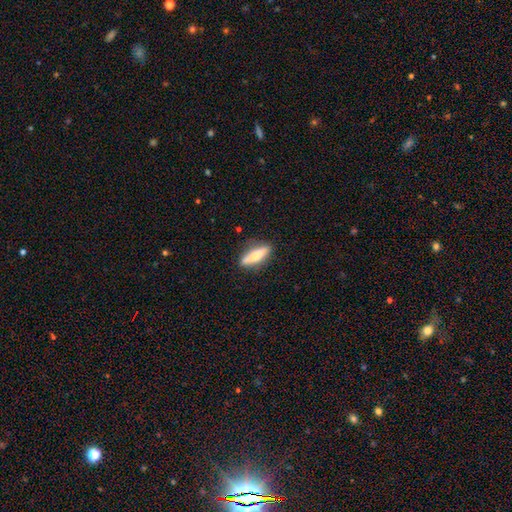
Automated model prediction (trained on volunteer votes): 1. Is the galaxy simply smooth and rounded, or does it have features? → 68% smooth, 26% featured or disk, 7% star or artifact.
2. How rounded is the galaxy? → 66% cigar-shaped, 32% in between, 2% round.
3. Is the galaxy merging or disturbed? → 79% none, 15% minor disturbance, 4% major disturbance, 3% merger.